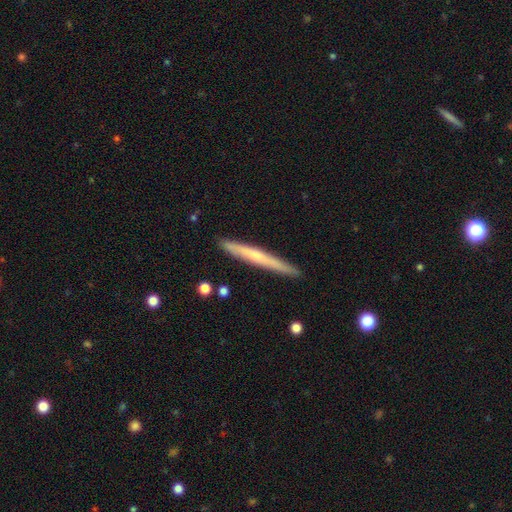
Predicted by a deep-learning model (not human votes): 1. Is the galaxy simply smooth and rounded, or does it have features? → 53% featured or disk, 41% smooth, 6% star or artifact.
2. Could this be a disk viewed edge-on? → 96% yes, 4% no.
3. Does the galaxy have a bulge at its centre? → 52% none, 43% rounded, 5% boxy.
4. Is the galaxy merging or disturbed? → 91% none, 7% minor disturbance, 1% merger, 1% major disturbance.